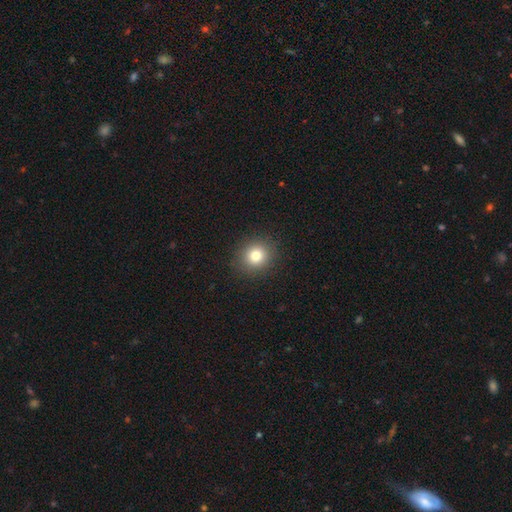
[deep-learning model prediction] smooth-or-featured: smooth: 80% | star or artifact: 12% | featured or disk: 8%
  how-rounded: round: 87% | in between: 12% | cigar-shaped: 1%
  merging: none: 91% | minor disturbance: 6% | major disturbance: 2% | merger: 1%